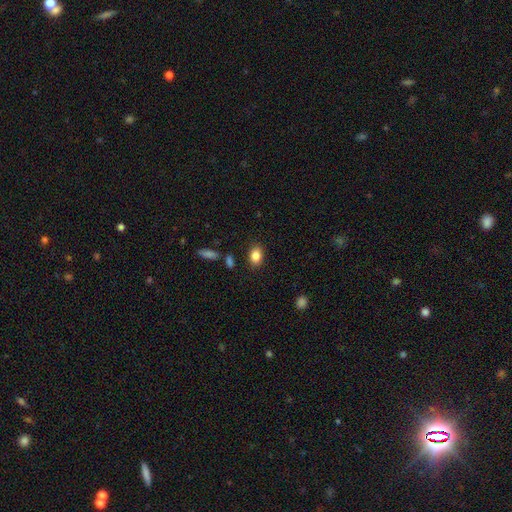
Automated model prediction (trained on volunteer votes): smooth_or_featured: smooth (p=0.85) [alt: star or artifact p=0.09]
how_rounded: in between (p=0.76) [alt: round p=0.23]
merging: none (p=0.86) [alt: minor disturbance p=0.09]